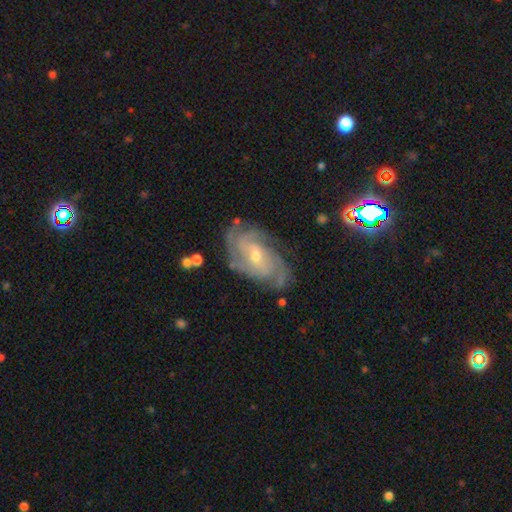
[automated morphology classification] Smooth or featured? Predicted: featured or disk (p=0.87). Edge-on disk? Predicted: no (p=0.96). Bar? Predicted: no (p=0.56). Spiral arms? Predicted: yes (p=0.97). Spiral winding? Predicted: tight (p=0.61). Spiral arm count? Predicted: can't tell (p=0.25, tied with 3). Bulge size? Predicted: small (p=0.60). Merging? Predicted: none (p=0.73).